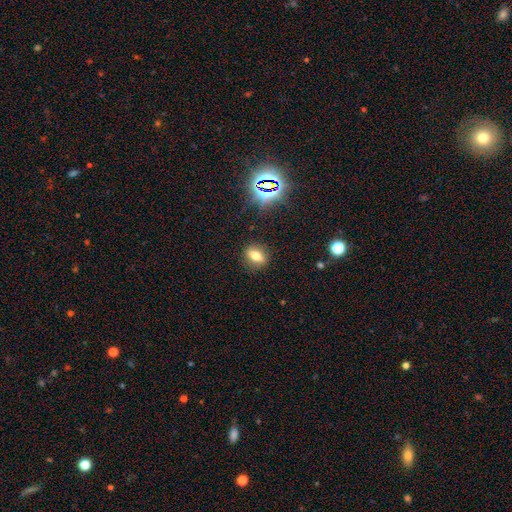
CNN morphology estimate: type=smooth (68%); roundness=in between (64%); merging=none (87%).